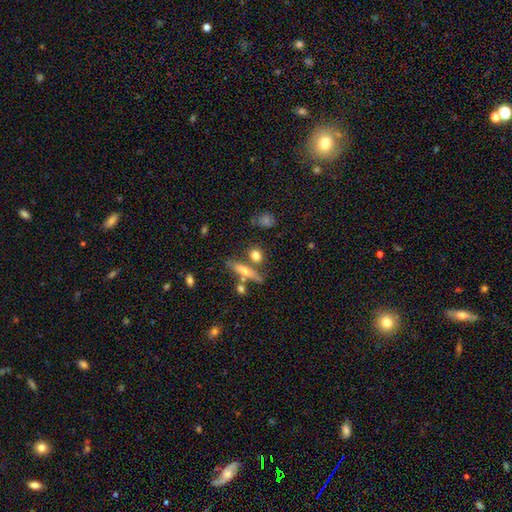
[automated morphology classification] smooth 62%, featured or disk 28%, star or artifact 10%. Down the decision tree: how rounded — cigar-shaped (48%); merging — none (65%).